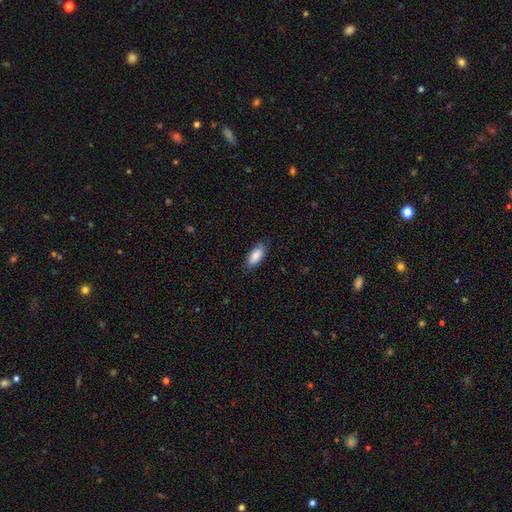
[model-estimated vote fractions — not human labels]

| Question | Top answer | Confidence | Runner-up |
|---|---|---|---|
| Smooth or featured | smooth | 83% | featured or disk (11%) |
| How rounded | in between | 86% | cigar-shaped (12%) |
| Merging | none | 78% | minor disturbance (18%) |